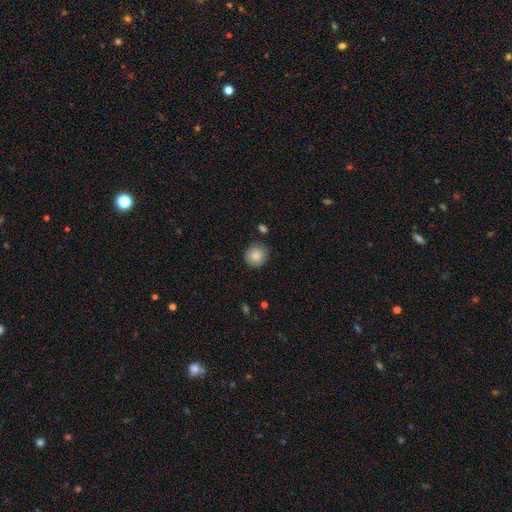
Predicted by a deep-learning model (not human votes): The model was most divided on "merging": none: 85%, minor disturbance: 11%, merger: 2%, major disturbance: 2%. More confident: how rounded — round (91%); smooth or featured — smooth (86%).